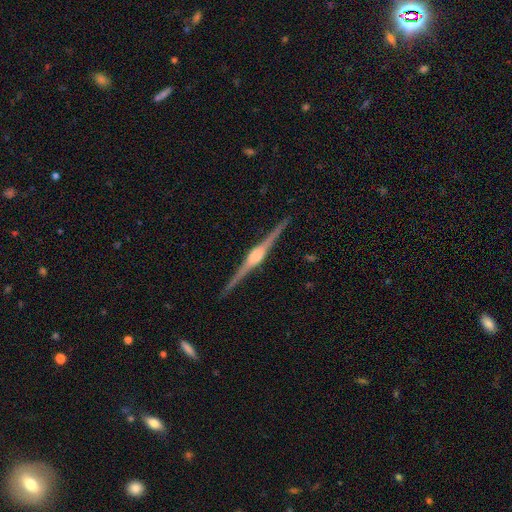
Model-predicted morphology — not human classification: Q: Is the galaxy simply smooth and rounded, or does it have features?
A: featured or disk — 89%.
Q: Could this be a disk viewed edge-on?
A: yes — 99%.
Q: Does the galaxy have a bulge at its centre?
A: rounded — 84%.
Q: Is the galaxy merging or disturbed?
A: none — 92%.